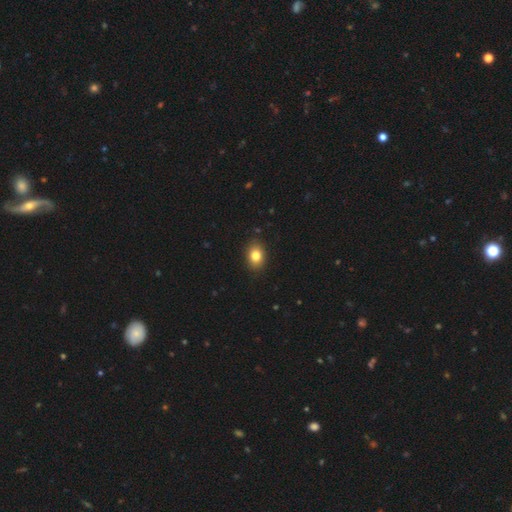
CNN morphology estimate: A smooth galaxy with no disk features (82%) that is in between round and cigar-shaped (68%). Merging: none (89%).